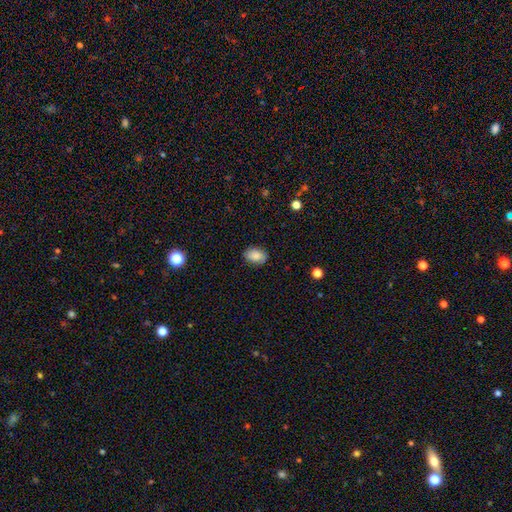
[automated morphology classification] Overall: smooth (86%). How rounded: in between (86%). Merging: none (86%).